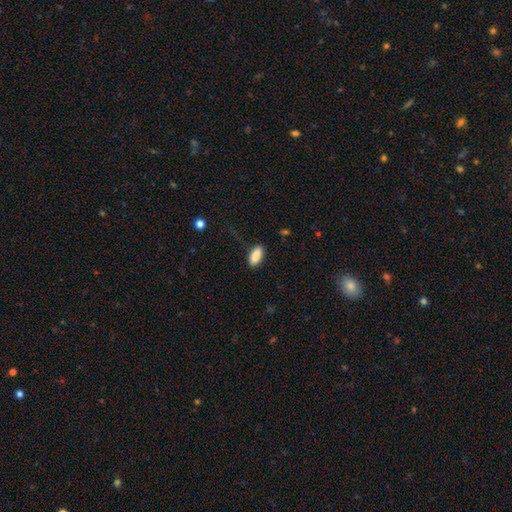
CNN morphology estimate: Smooth or featured? smooth (87%)
How rounded? in between (87%)
Merging? none (84%)